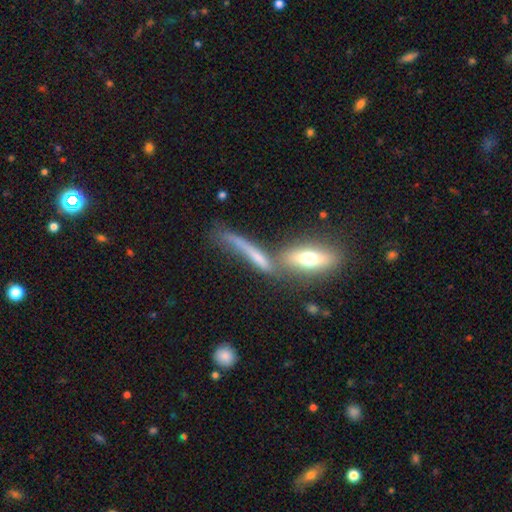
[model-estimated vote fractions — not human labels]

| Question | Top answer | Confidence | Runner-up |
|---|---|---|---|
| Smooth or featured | smooth | 51% | featured or disk (39%) |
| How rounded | cigar-shaped | 80% | in between (15%) |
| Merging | none | 37% | merger (35%) |